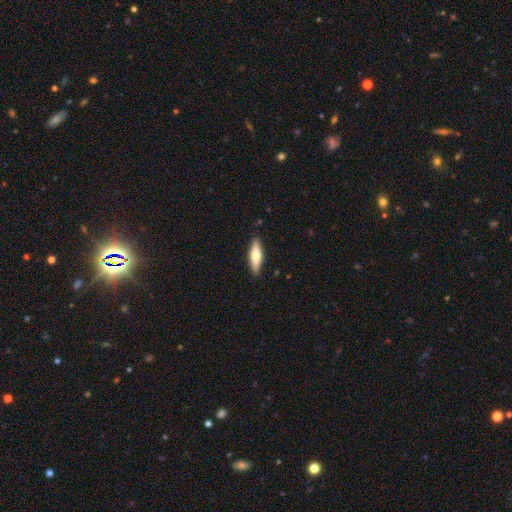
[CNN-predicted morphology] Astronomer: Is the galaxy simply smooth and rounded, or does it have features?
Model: smooth — 61%.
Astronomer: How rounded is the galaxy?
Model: cigar-shaped — 62%.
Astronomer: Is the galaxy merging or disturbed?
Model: none — 88%.